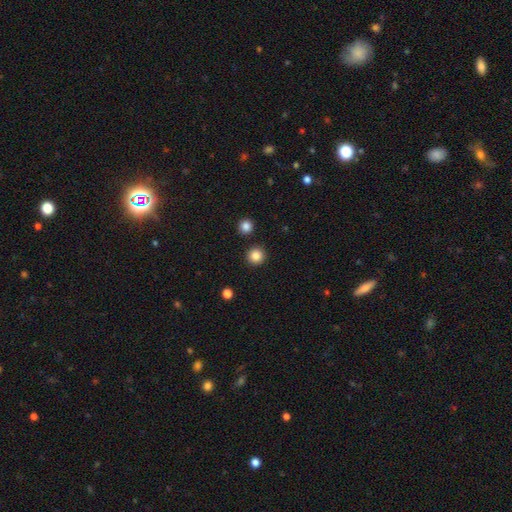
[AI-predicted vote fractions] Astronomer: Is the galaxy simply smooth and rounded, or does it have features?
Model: smooth — 85%.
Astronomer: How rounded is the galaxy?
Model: round — 95%.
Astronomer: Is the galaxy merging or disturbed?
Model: none — 91%.